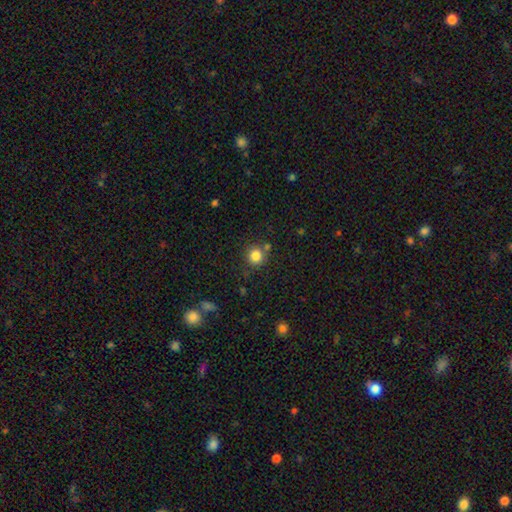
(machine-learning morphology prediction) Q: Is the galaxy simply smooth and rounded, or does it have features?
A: smooth — 83%.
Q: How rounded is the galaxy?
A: round — 92%.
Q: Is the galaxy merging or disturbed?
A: none — 79%.